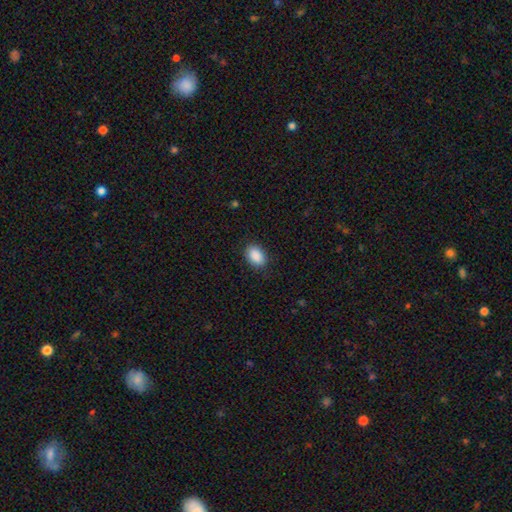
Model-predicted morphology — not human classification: Smooth or featured? Predicted: smooth (p=0.90). How rounded? Predicted: in between (p=0.86). Merging? Predicted: none (p=0.87).